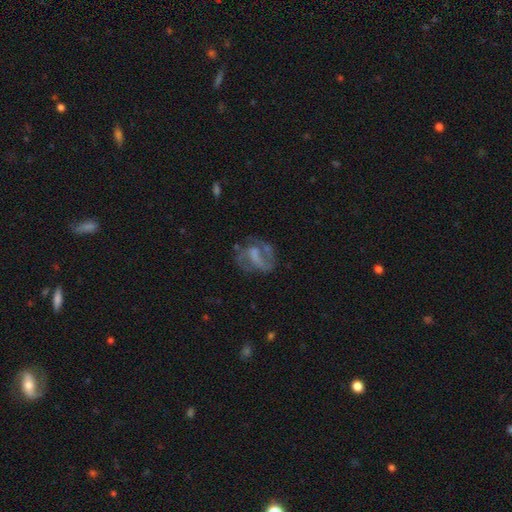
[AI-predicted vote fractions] Smooth or featured: featured or disk — 65% (smooth — 25%)
Edge-on disk: no — 97% (yes — 3%)
Bar: weak — 40% (no — 38%)
Spiral arms: yes — 66% (no — 34%)
Bulge size: none — 47% (moderate — 22%)
Merging: none — 49% (major disturbance — 26%)